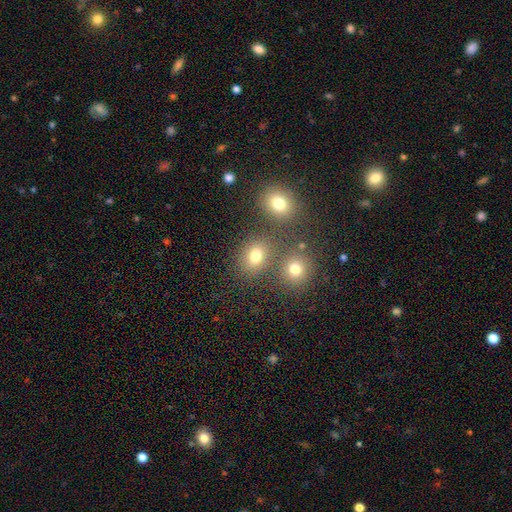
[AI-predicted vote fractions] Smooth or featured? smooth (74%)
How rounded? round (52%)
Merging? none (71%)